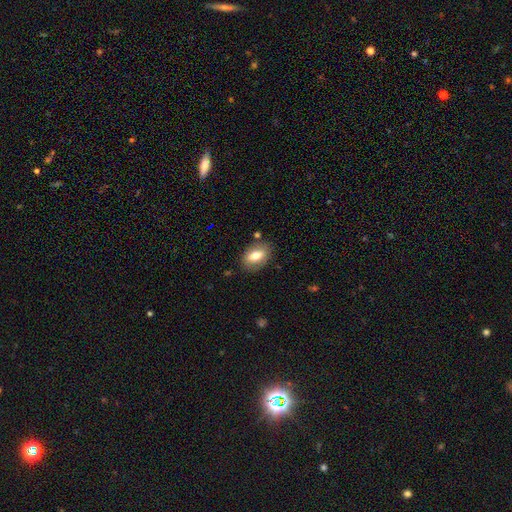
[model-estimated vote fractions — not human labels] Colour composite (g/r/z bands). It shows a smooth galaxy with no disk features (69%) that is in between round and cigar-shaped (87%). Merging: none (81%).